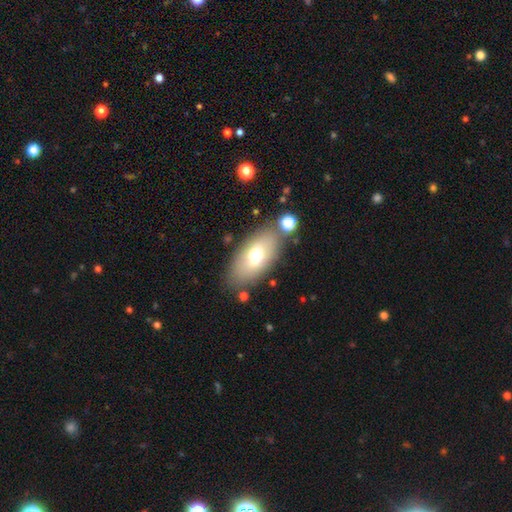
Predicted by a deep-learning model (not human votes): Smooth or featured? Predicted: smooth (p=0.68). How rounded? Predicted: in between (p=0.90). Merging? Predicted: none (p=0.75).